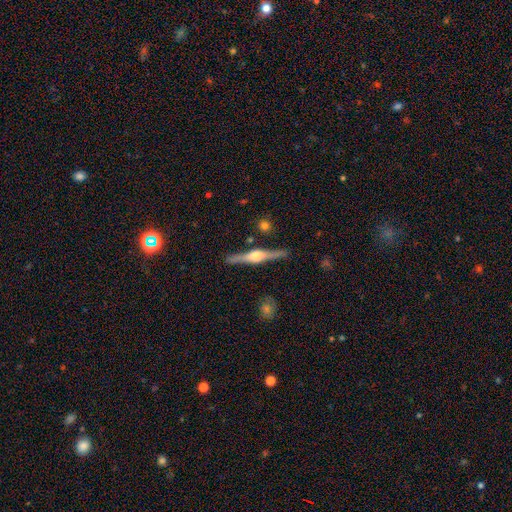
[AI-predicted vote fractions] A featured or disk galaxy (79%) viewed edge-on (98%) with a rounded central bulge (88%).

Vote fractions:
- Smooth or featured? featured or disk: 79% / smooth: 16% / star or artifact: 5%
- Edge-on disk? yes: 98% / no: 2%
- Edge-on bulge? rounded: 88% / boxy: 9% / none: 3%
- Merging? none: 89% / minor disturbance: 8% / merger: 2% / major disturbance: 2%